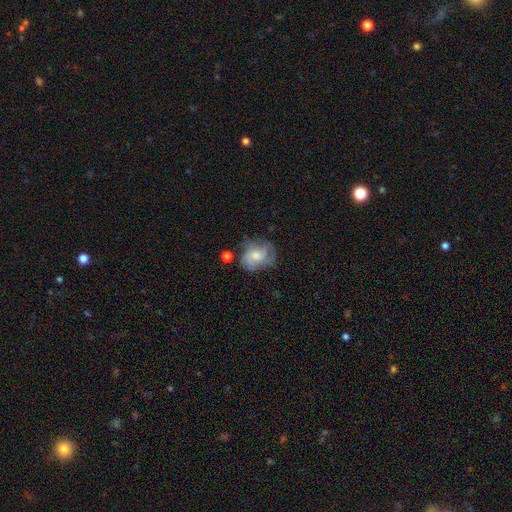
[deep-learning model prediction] Smooth or featured? featured or disk (54%)
Edge-on disk? no (97%)
Bar? no (74%)
Spiral arms? yes (78%)
Bulge size? moderate (53%)
Merging? none (57%)